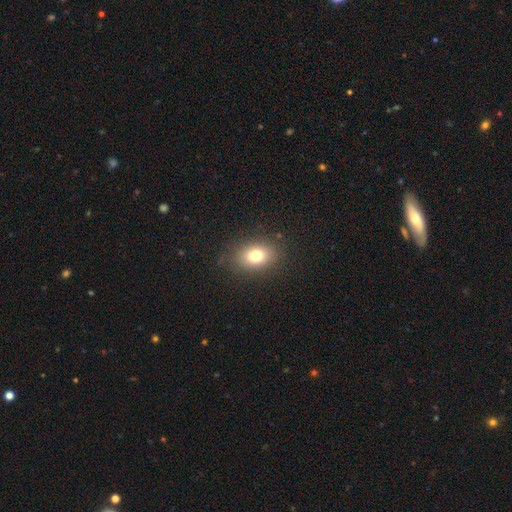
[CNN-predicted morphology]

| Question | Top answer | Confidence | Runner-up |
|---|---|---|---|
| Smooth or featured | smooth | 79% | featured or disk (11%) |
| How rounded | in between | 77% | round (22%) |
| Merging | none | 84% | minor disturbance (11%) |